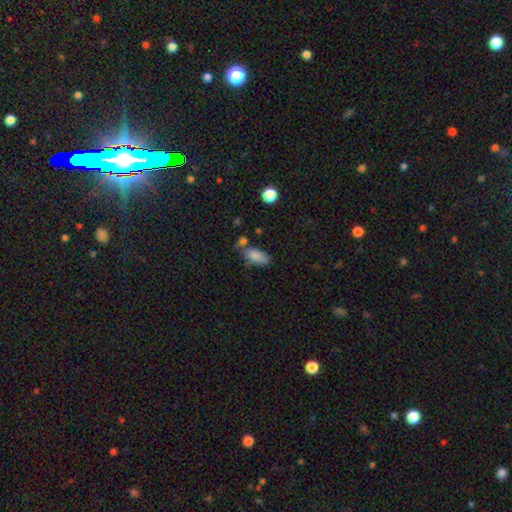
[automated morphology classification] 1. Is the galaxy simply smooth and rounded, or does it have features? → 85% smooth, 8% star or artifact, 7% featured or disk.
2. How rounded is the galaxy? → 89% in between, 7% cigar-shaped, 3% round.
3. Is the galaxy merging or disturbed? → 53% none, 24% minor disturbance, 15% merger, 8% major disturbance.